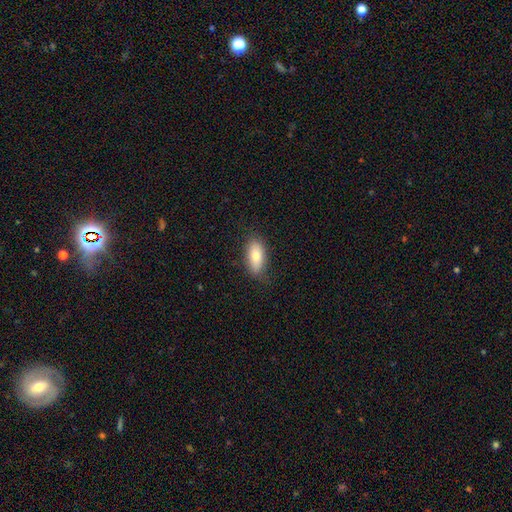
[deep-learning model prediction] smooth-or-featured: smooth: 79% | featured or disk: 14% | star or artifact: 7%
  how-rounded: in between: 86% | cigar-shaped: 10% | round: 3%
  merging: none: 80% | minor disturbance: 16% | major disturbance: 3% | merger: 1%